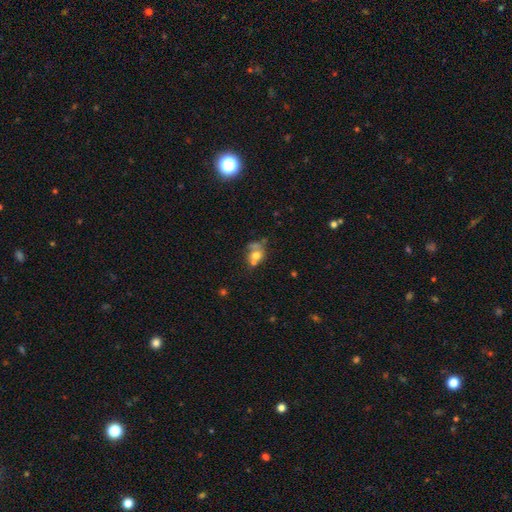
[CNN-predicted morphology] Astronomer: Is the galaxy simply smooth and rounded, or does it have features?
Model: smooth — 62%.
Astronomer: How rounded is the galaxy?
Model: round — 54% (runner-up: in between, 45%).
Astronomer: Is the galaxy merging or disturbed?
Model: merger — 46% (runner-up: none, 29%).